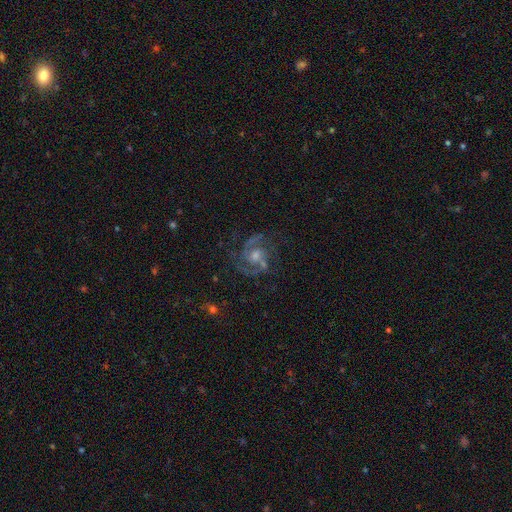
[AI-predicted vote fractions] Overall: featured or disk (84%). Edge-on disk: no (98%). Bar: no (50%; weak 40%). Spiral arms: yes (96%). Spiral arm count: 2 (70%). Spiral winding: medium (57%; tight 28%). Bulge size: moderate (53%; small 34%). Merging: none (69%).